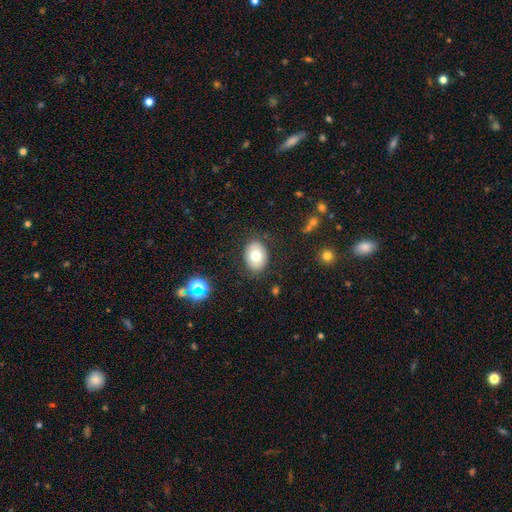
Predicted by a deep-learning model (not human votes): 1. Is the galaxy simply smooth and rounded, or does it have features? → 75% smooth, 16% featured or disk, 9% star or artifact.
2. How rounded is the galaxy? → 73% in between, 27% round, 1% cigar-shaped.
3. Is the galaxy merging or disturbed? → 86% none, 10% minor disturbance, 3% major disturbance, 1% merger.